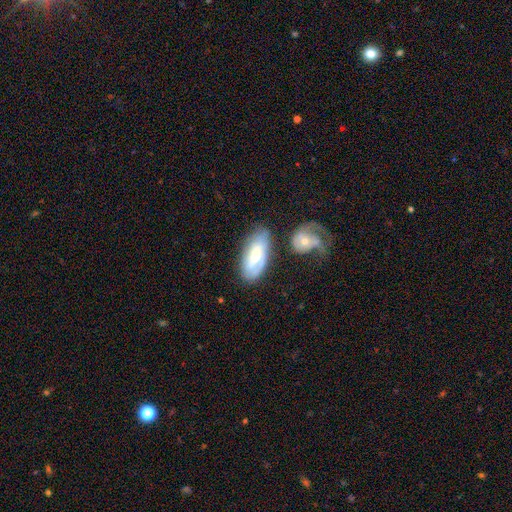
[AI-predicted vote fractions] Q: Smooth or featured?
A: featured or disk (49%); runner-up: smooth (45%)
Q: Merging?
A: none (58%); runner-up: minor disturbance (21%)